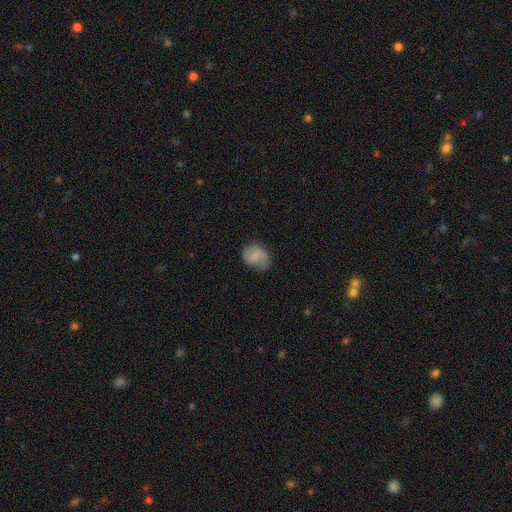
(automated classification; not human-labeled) smooth-or-featured: smooth: 46% (tied) | featured or disk: 46% (tied) | star or artifact: 8%
  merging: none: 71% | minor disturbance: 21% | major disturbance: 6% | merger: 1%